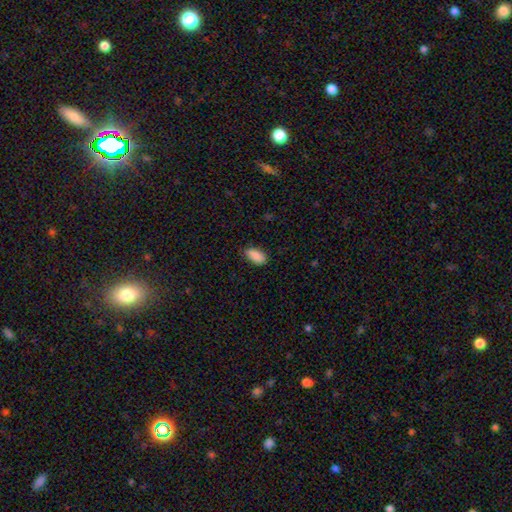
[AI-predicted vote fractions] smooth 89%, star or artifact 7%, featured or disk 4%. Down the decision tree: how rounded — in between (92%); merging — none (78%).